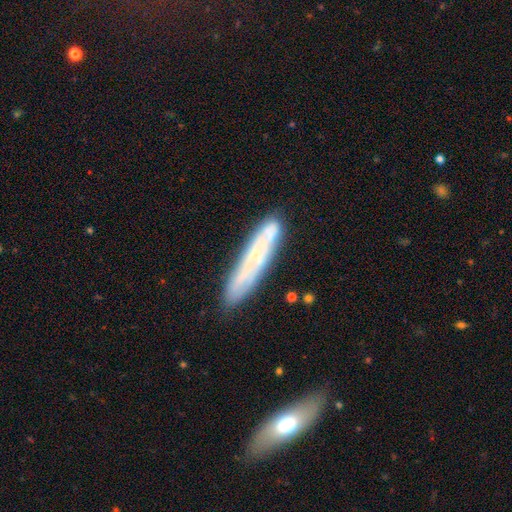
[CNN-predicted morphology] A featured or disk galaxy (50%) viewed edge-on (56%).

Vote fractions:
- Smooth or featured? featured or disk: 50% / smooth: 42% / star or artifact: 8%
- Edge-on disk? yes: 56% / no: 44%
- Merging? none: 78% / minor disturbance: 15% / merger: 4% / major disturbance: 3%